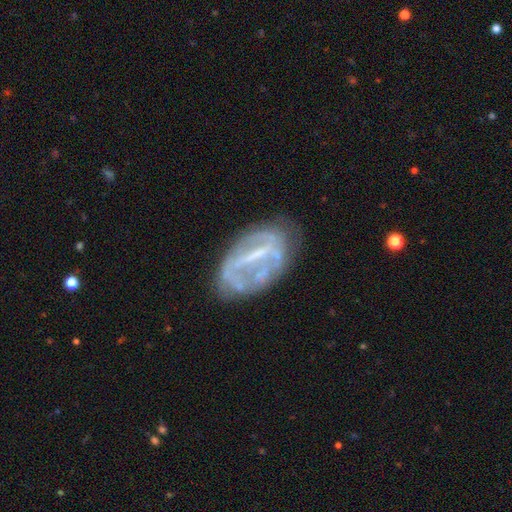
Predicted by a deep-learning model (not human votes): Smooth or featured? featured or disk (73%)
Edge-on disk? no (94%)
Bar? strong (56%)
Spiral arms? no (59%)
Bulge size? small (42%)
Merging? none (56%)